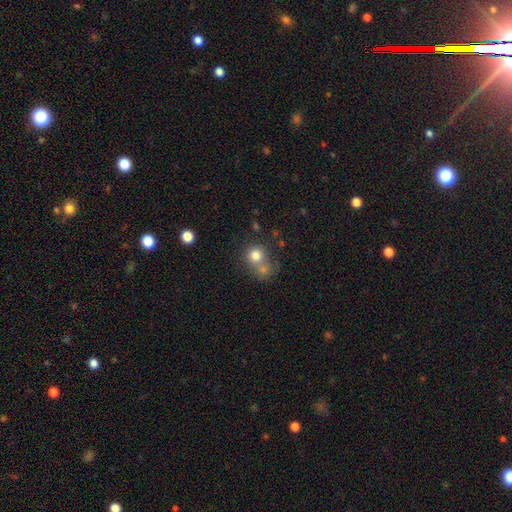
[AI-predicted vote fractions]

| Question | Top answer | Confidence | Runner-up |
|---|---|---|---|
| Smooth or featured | smooth | 78% | star or artifact (12%) |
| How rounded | round | 83% | in between (16%) |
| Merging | none | 43% | tied: merger (43%) |